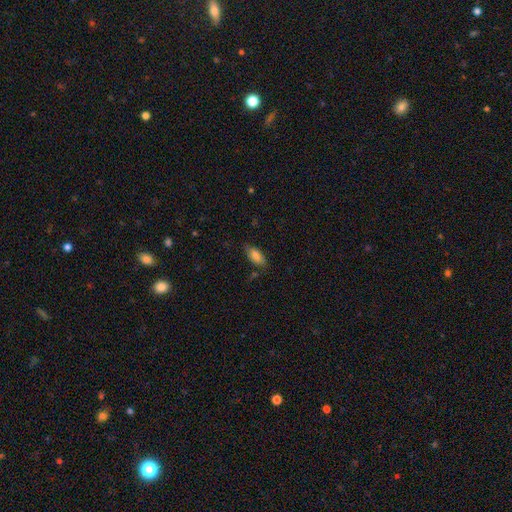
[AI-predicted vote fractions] Overall: smooth (82%). How rounded: in between (87%). Merging: none (75%).